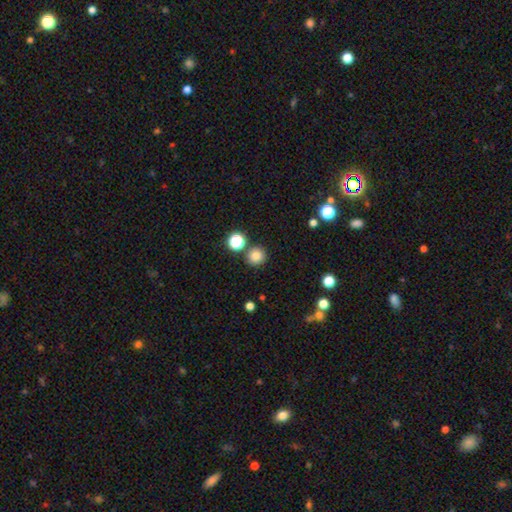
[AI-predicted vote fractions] smooth 81%, star or artifact 14%, featured or disk 5%. Down the decision tree: how rounded — round (94%); merging — none (83%).